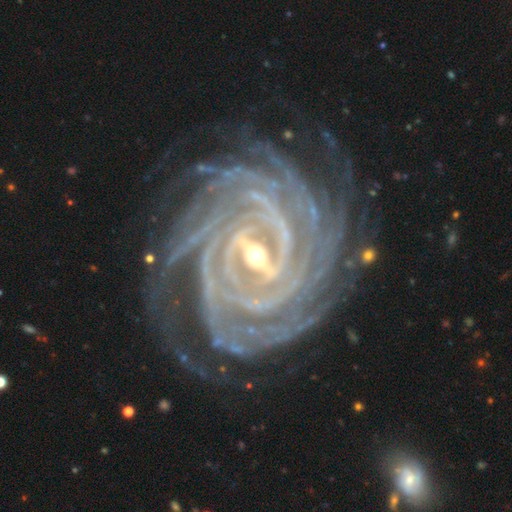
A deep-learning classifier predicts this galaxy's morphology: The model was most divided on "spiral arm count": more than 4: 33%, 4: 26%, 3: 12%, can't tell: 12%, 2: 10%, 1: 8%. More confident: spiral arms — yes (99%); edge-on disk — no (98%); smooth or featured — featured or disk (94%); spiral winding — tight (89%); merging — none (81%); bar — strong (59%); bulge size — small (56%).